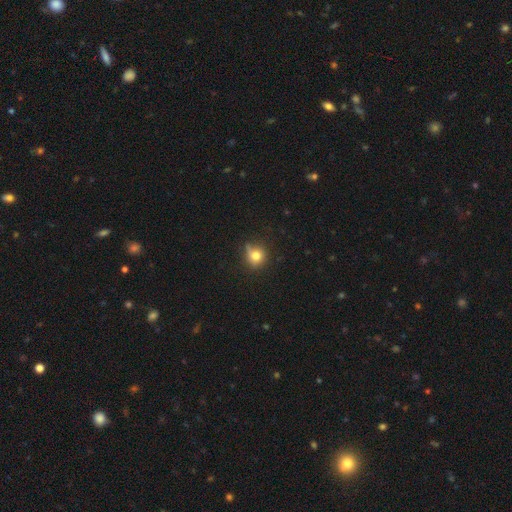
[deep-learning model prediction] A smooth galaxy with no disk features (77%) that is round (85%).

Vote fractions:
- Smooth or featured? smooth: 77% / star or artifact: 13% / featured or disk: 10%
- How rounded? round: 85% / in between: 14% / cigar-shaped: 1%
- Merging? none: 64% / minor disturbance: 25% / major disturbance: 7% / merger: 4%